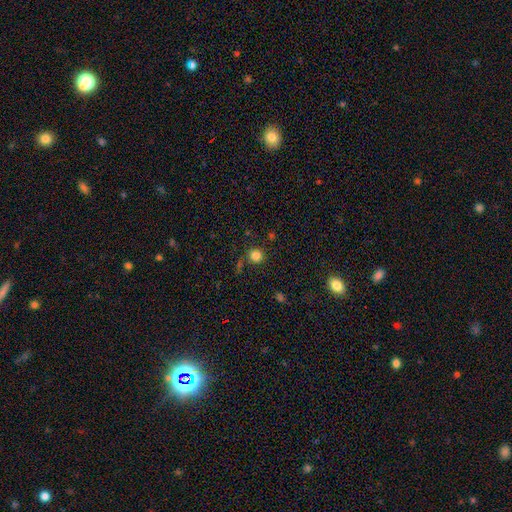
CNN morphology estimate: A smooth galaxy with no disk features (82%) that is round (93%). Merging: none (84%).